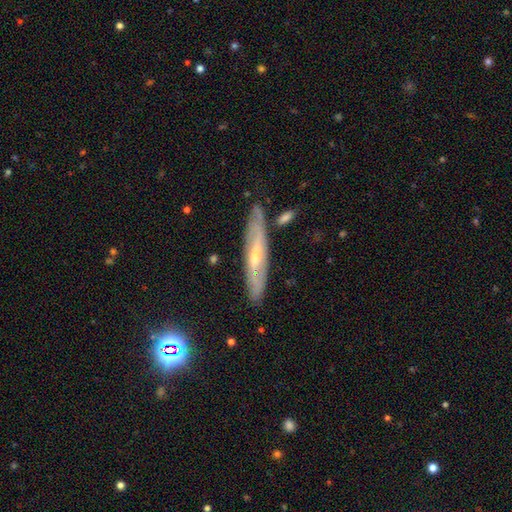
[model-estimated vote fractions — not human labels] Morphology: type=featured or disk (67%); edge-on=yes (56%); merging=none (81%).